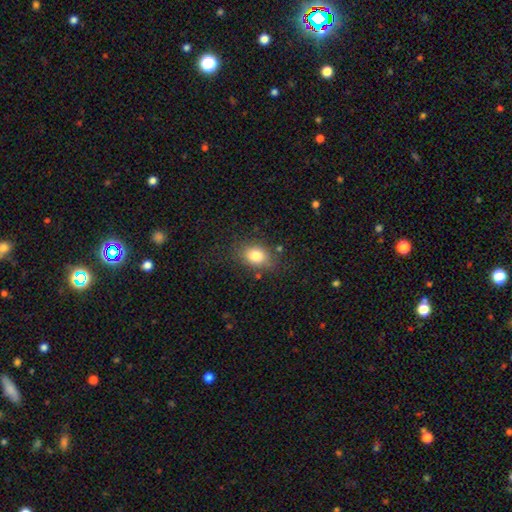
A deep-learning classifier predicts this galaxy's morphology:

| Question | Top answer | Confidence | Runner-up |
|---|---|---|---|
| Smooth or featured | smooth | 82% | star or artifact (10%) |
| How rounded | in between | 67% | round (32%) |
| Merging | none | 76% | minor disturbance (17%) |